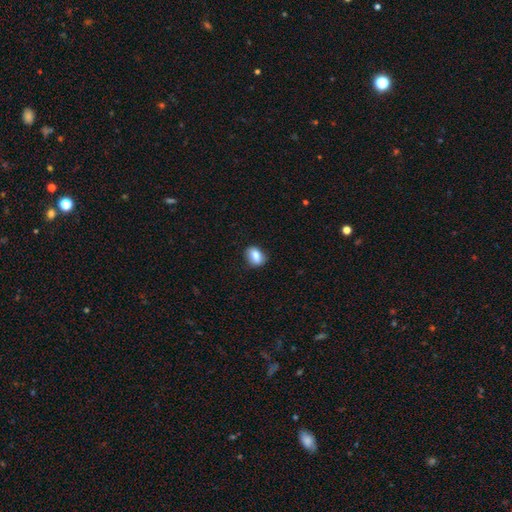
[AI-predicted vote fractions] Overall: smooth (80%). How rounded: in between (71%). Merging: none (83%).